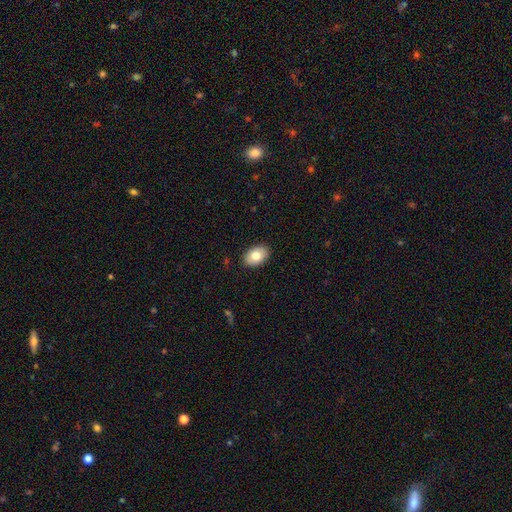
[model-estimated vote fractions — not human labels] smooth 80%, featured or disk 13%, star or artifact 7%. Down the decision tree: how rounded — in between (88%); merging — none (89%).